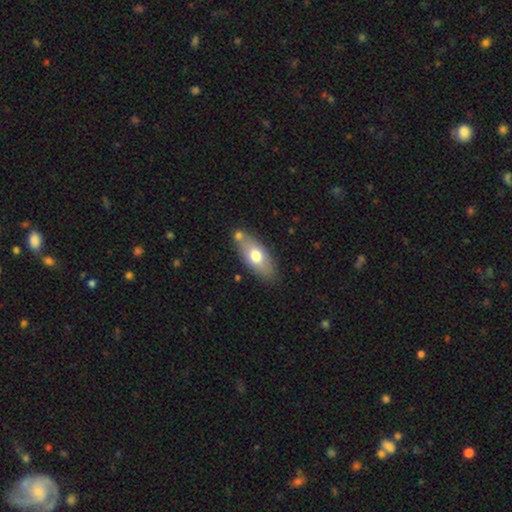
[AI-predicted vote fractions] Smooth or featured? Predicted: smooth (p=0.67). How rounded? Predicted: in between (p=0.80). Merging? Predicted: none (p=0.72).